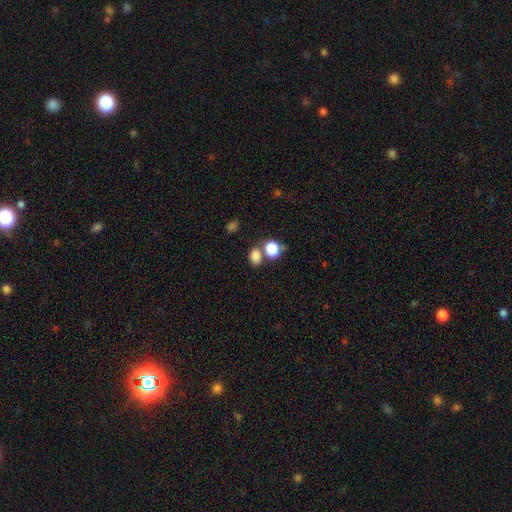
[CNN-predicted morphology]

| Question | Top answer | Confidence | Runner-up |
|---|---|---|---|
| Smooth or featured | smooth | 81% | star or artifact (13%) |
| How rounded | in between | 50% | round (49%) |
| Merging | none | 55% | merger (30%) |